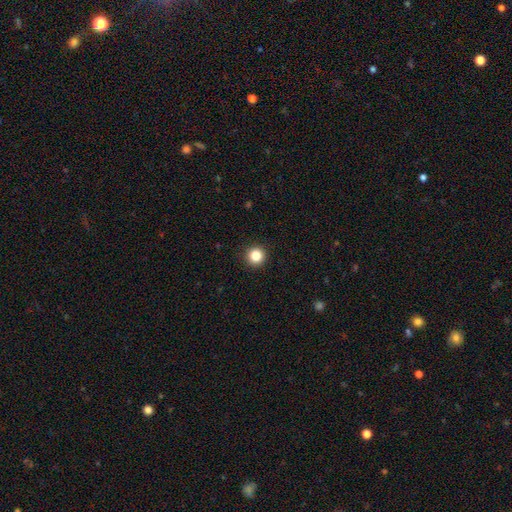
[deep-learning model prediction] Smooth or featured: smooth — 85% (star or artifact — 11%)
How rounded: round — 96% (in between — 3%)
Merging: none — 93% (minor disturbance — 4%)